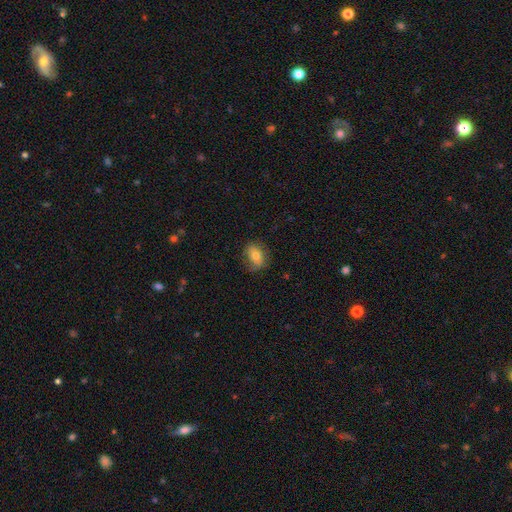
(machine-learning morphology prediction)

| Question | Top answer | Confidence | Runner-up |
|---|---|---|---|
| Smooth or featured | smooth | 73% | featured or disk (19%) |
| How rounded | in between | 65% | round (33%) |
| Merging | none | 75% | minor disturbance (18%) |